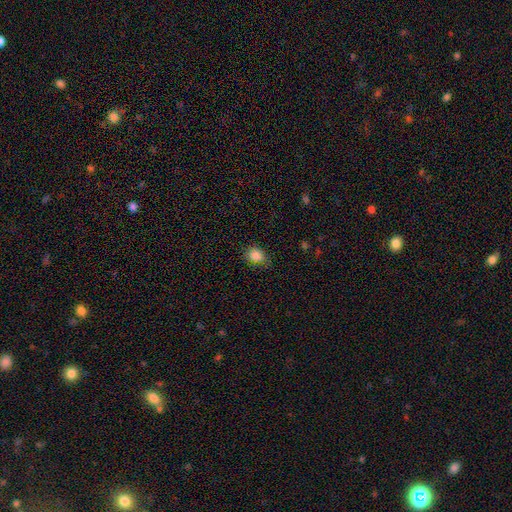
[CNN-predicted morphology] A smooth galaxy with no disk features (85%) that is in between round and cigar-shaped (52%).

Vote fractions:
- Smooth or featured? smooth: 85% / star or artifact: 10% / featured or disk: 5%
- How rounded? in between: 52% / round: 47% / cigar-shaped: 1%
- Merging? none: 68% / minor disturbance: 24% / major disturbance: 6% / merger: 1%